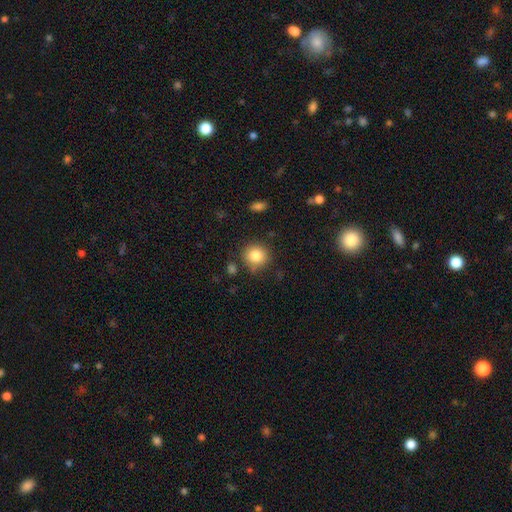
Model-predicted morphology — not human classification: smooth_or_featured: smooth (p=0.83) [alt: star or artifact p=0.10]
how_rounded: round (p=0.89) [alt: in between p=0.10]
merging: none (p=0.82) [alt: minor disturbance p=0.11]